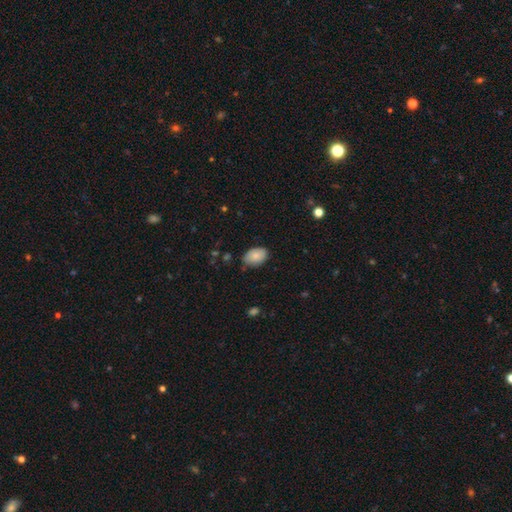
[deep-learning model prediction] Smooth or featured: smooth — 83% (featured or disk — 10%)
How rounded: in between — 88% (round — 11%)
Merging: none — 77% (minor disturbance — 19%)